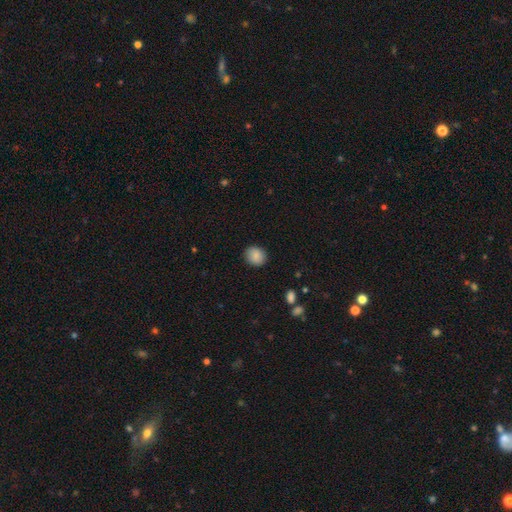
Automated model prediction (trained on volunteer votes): This appears to be a smooth galaxy with no disk features (87%) that is round (77%). Merging: none (89%).